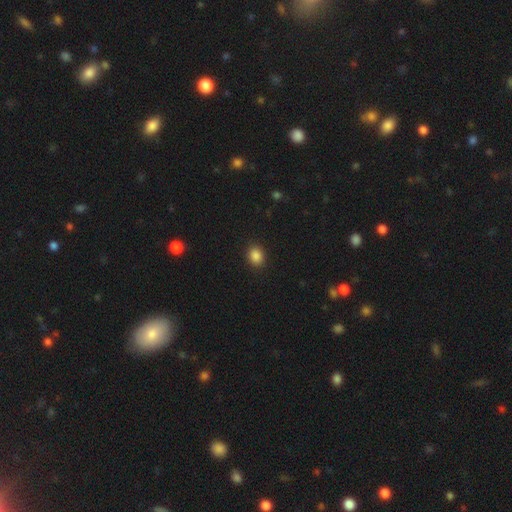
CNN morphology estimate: A smooth galaxy with no disk features (87%) that is round (57%).

Vote fractions:
- Smooth or featured? smooth: 87% / star or artifact: 10% / featured or disk: 3%
- How rounded? round: 57% / in between: 42% / cigar-shaped: 1%
- Merging? none: 90% / minor disturbance: 7% / major disturbance: 2% / merger: 1%